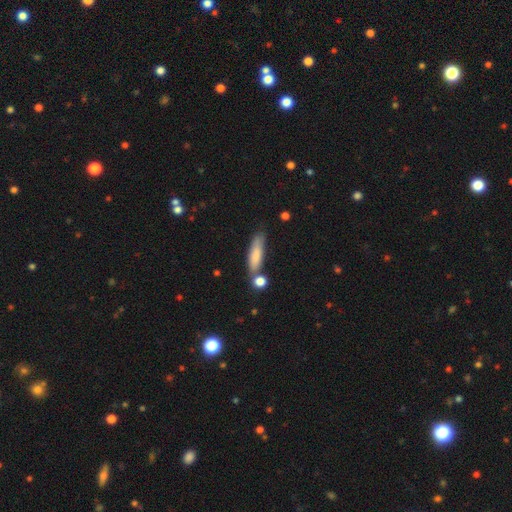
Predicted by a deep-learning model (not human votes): This appears to be a smooth galaxy with no disk features (79%) that is cigar-shaped (64%). Merging: none (62%).